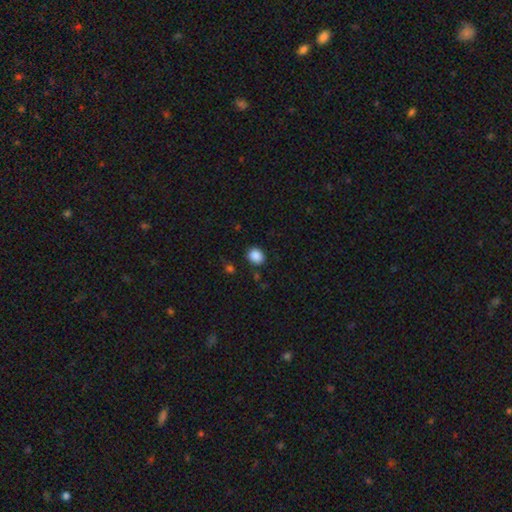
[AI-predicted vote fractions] Smooth or featured? smooth (88%)
How rounded? round (62%)
Merging? none (86%)